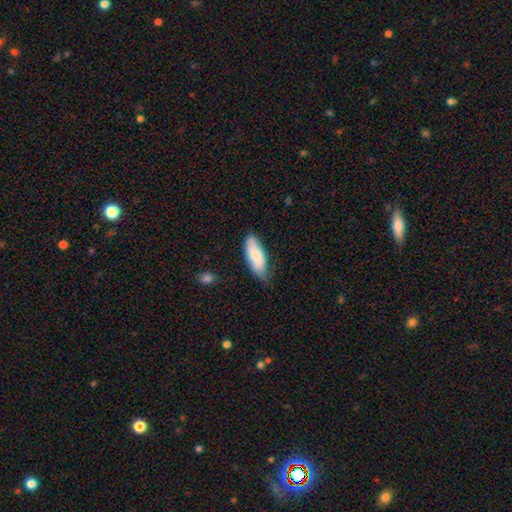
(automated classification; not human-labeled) Smooth or featured? Predicted: smooth (p=0.76). How rounded? Predicted: in between (p=0.75). Merging? Predicted: none (p=0.71).